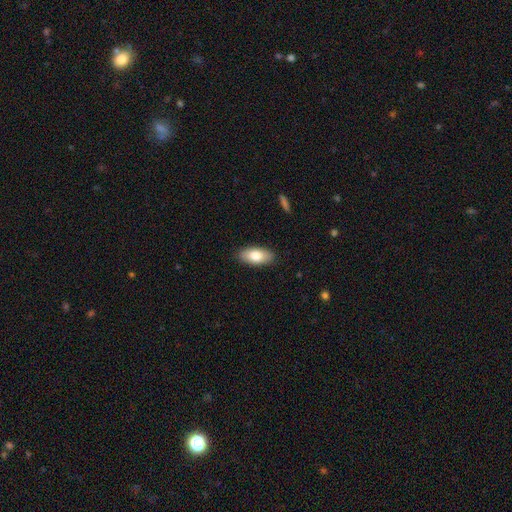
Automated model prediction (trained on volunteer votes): smooth_or_featured: smooth (p=0.81) [alt: featured or disk p=0.13]
how_rounded: in between (p=0.90) [alt: cigar-shaped p=0.08]
merging: none (p=0.88) [alt: minor disturbance p=0.09]